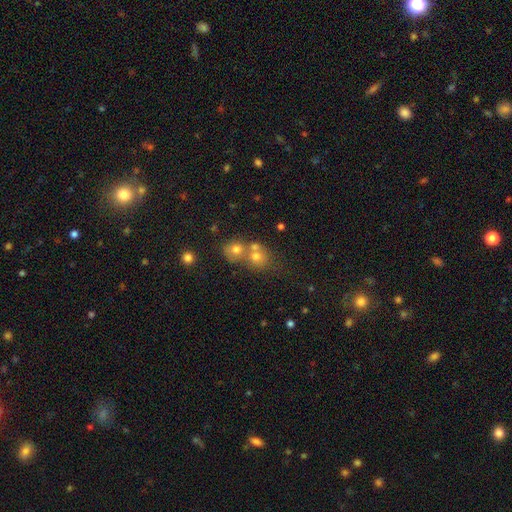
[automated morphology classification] Overall: smooth (56%; star or artifact 30%). How rounded: round (72%). Merging: merger (46%; none 43%).